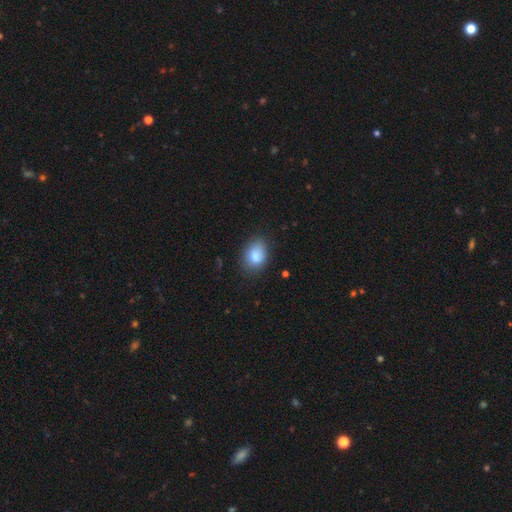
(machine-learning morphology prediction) This is clearly a smooth galaxy (84%). How rounded: likely in between (73%). Merging: likely none (70%).